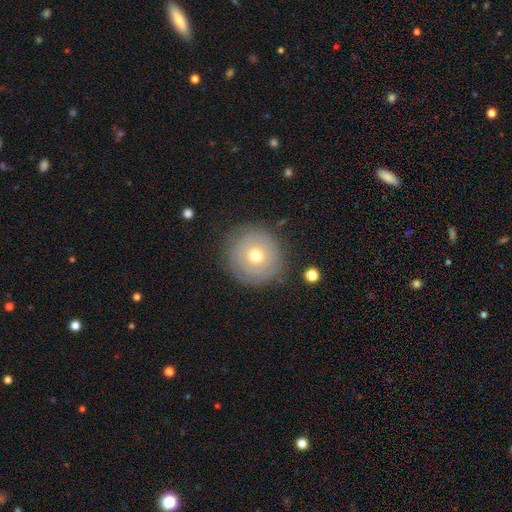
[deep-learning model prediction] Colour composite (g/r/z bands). It shows a smooth galaxy with no disk features (54%) that is round (94%). Merging: none (83%).